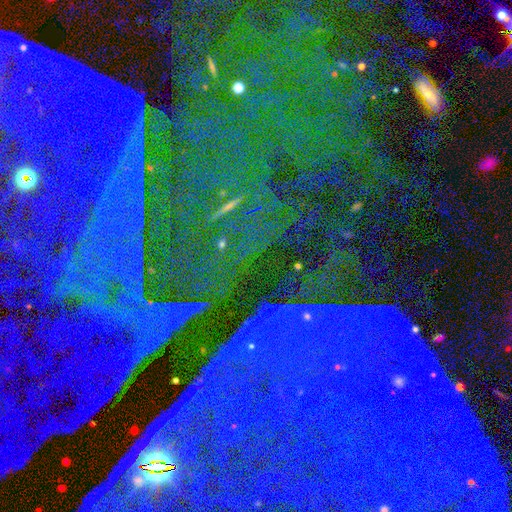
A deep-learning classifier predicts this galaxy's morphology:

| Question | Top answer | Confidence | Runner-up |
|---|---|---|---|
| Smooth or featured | star or artifact | 86% | featured or disk (7%) |